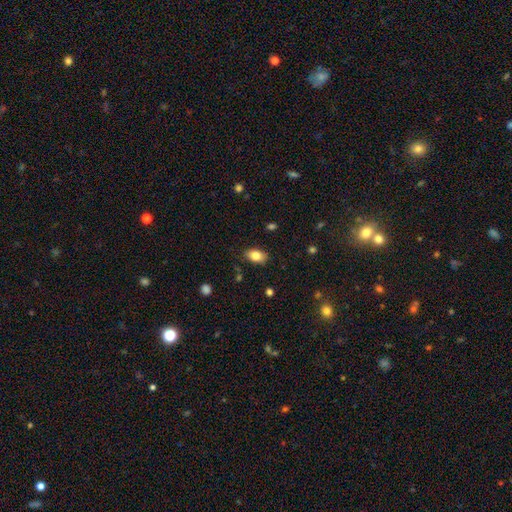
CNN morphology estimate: Smooth or featured? smooth (82%)
How rounded? in between (89%)
Merging? none (84%)